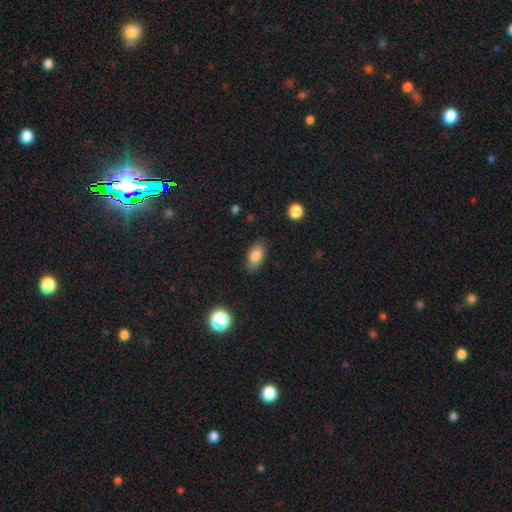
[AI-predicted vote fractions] This is clearly a smooth galaxy (83%). How rounded: clearly in between (90%). Merging: clearly none (84%).